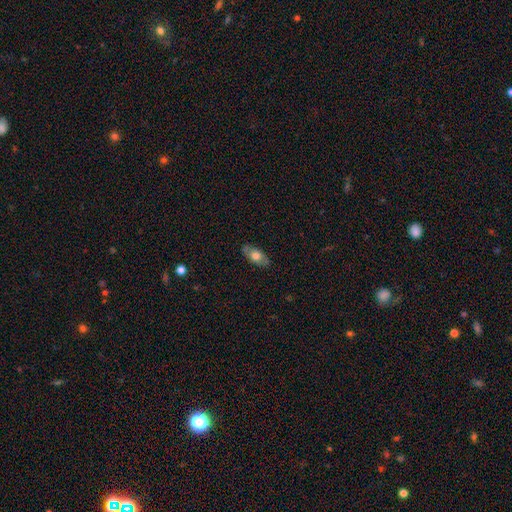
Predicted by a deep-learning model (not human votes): The model was most divided on "smooth or featured": smooth: 64%, featured or disk: 30%, star or artifact: 6%. More confident: how rounded — in between (87%); merging — none (84%).